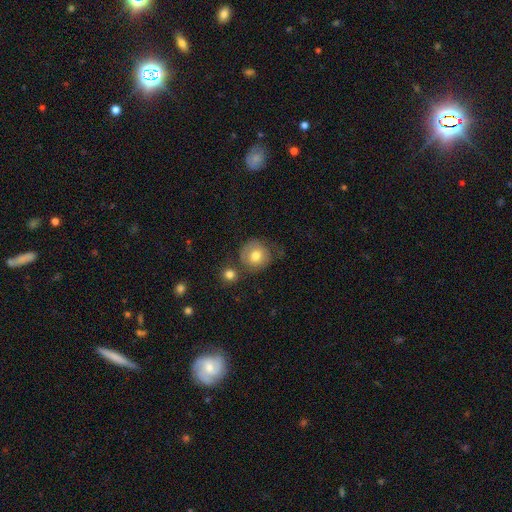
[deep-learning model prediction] Smooth or featured?
  - smooth: 69% *
  - featured or disk: 23%
  - star or artifact: 8%
How rounded?
  - round: 86% *
  - in between: 13%
  - cigar-shaped: 1%
Merging?
  - none: 52% *
  - minor disturbance: 21%
  - merger: 14%
  - major disturbance: 12%